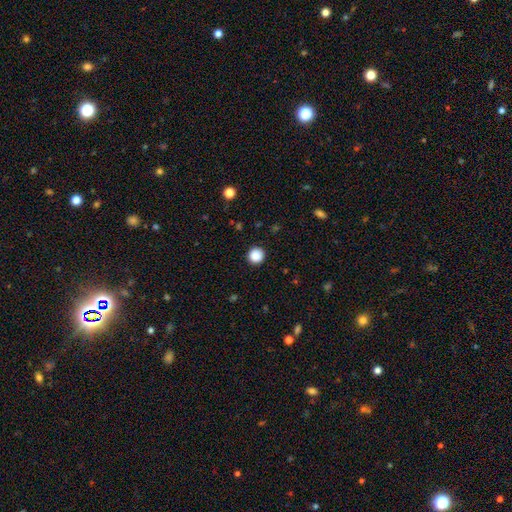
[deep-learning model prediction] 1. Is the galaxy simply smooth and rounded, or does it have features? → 88% smooth, 10% star or artifact, 2% featured or disk.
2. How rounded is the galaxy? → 95% round, 4% in between, 1% cigar-shaped.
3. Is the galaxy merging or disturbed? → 93% none, 5% minor disturbance, 2% major disturbance, 1% merger.